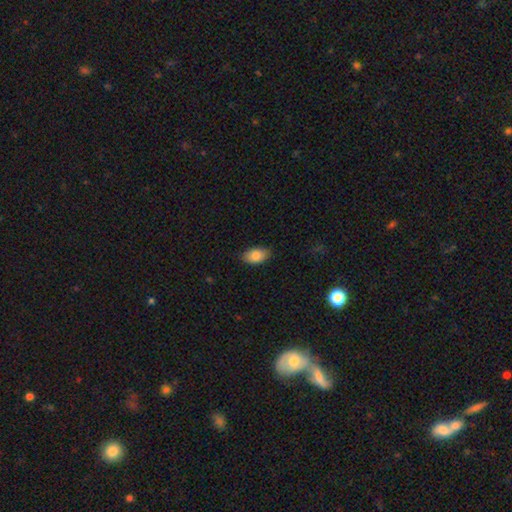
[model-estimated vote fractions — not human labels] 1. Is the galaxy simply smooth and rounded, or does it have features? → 85% smooth, 8% featured or disk, 7% star or artifact.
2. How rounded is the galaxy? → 92% in between, 6% round, 2% cigar-shaped.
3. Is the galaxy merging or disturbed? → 85% none, 12% minor disturbance, 2% major disturbance, 1% merger.